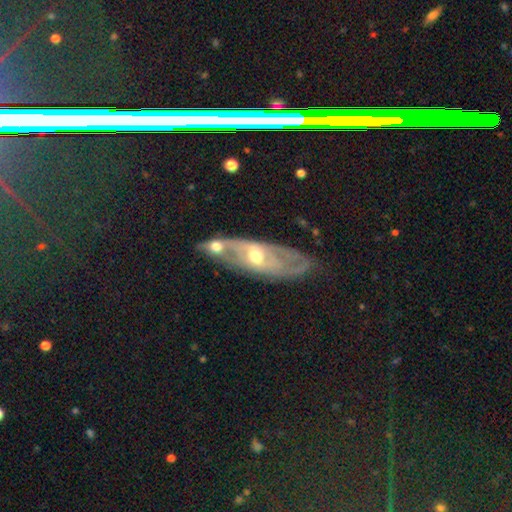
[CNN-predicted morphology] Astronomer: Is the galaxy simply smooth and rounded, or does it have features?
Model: featured or disk — 76%.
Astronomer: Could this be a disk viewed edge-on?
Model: no — 79%.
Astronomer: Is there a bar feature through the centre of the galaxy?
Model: no — 58%.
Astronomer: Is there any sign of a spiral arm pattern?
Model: yes — 65%.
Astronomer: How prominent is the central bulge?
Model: moderate — 71%.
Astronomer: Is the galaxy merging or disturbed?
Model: none — 53%.